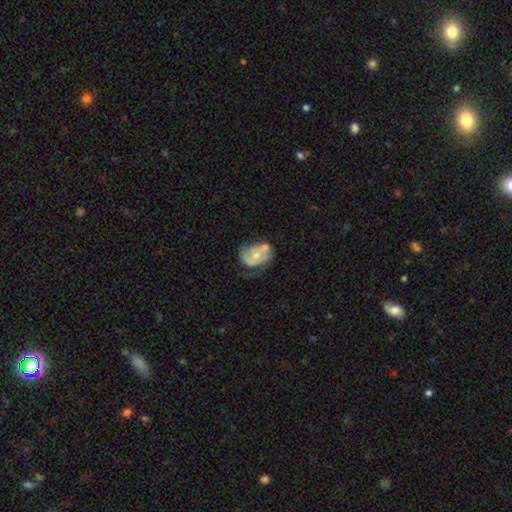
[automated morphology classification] Overall: featured or disk (59%; smooth 35%). Edge-on disk: no (97%). Bar: no (76%). Spiral arms: yes (67%; no 33%). Bulge size: small (48%; moderate 45%). Merging: none (35%; minor disturbance 28%).